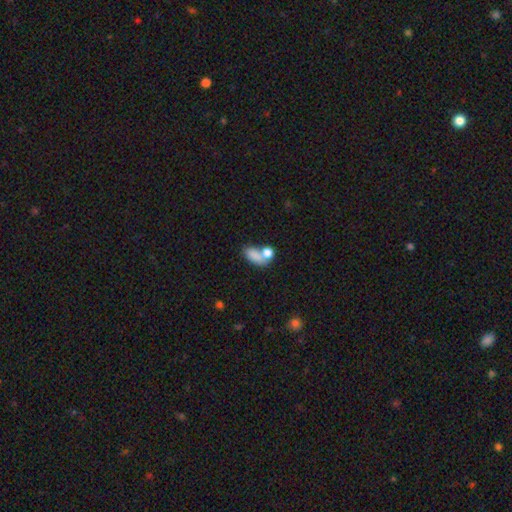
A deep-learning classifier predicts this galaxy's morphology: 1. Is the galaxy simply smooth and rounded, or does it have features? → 79% smooth, 11% featured or disk, 10% star or artifact.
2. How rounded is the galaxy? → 82% in between, 14% round, 4% cigar-shaped.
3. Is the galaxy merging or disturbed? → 47% merger, 33% none, 12% minor disturbance, 9% major disturbance.